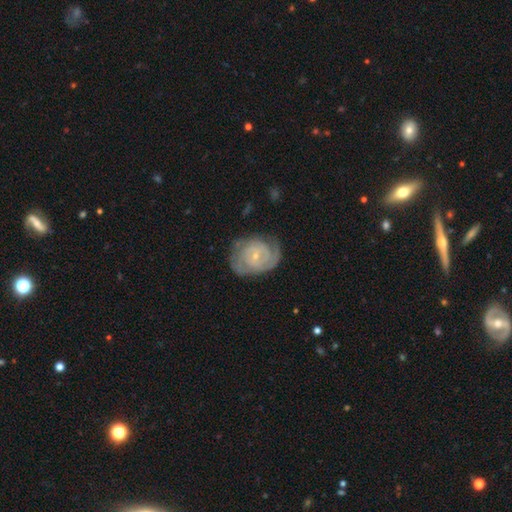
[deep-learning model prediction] Smooth or featured? featured or disk (84%)
Edge-on disk? no (98%)
Bar? no (60%)
Spiral arms? yes (95%)
Spiral winding? tight (71%)
Spiral arm count? 2 (46%)
Bulge size? small (75%)
Merging? none (70%)